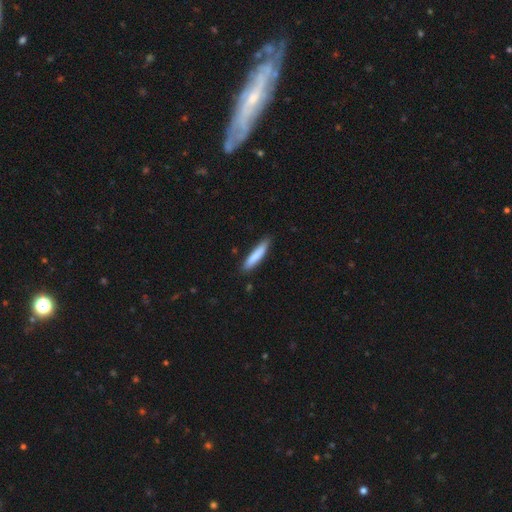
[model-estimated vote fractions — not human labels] Smooth or featured? Predicted: smooth (p=0.83). How rounded? Predicted: cigar-shaped (p=0.87). Merging? Predicted: none (p=0.85).